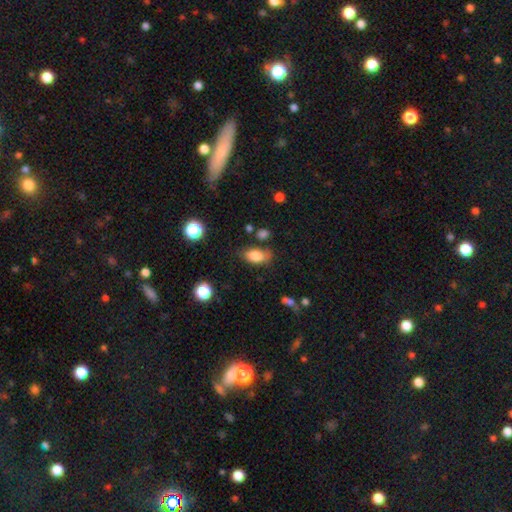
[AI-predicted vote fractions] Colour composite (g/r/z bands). It shows a smooth galaxy with no disk features (82%) that is in between round and cigar-shaped (90%). Merging: none (66%).